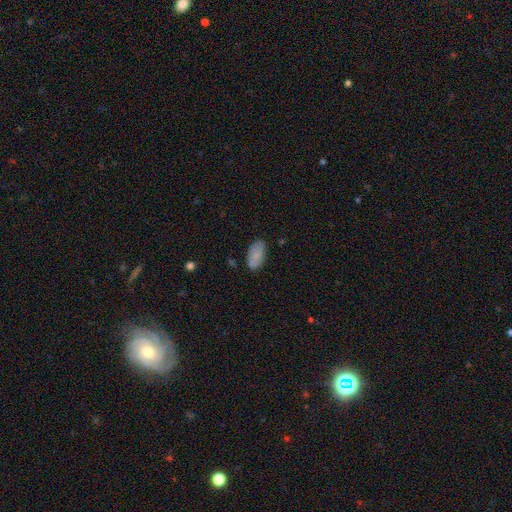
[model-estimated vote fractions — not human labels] A smooth galaxy with no disk features (81%) that is in between round and cigar-shaped (94%). Merging: none (78%).